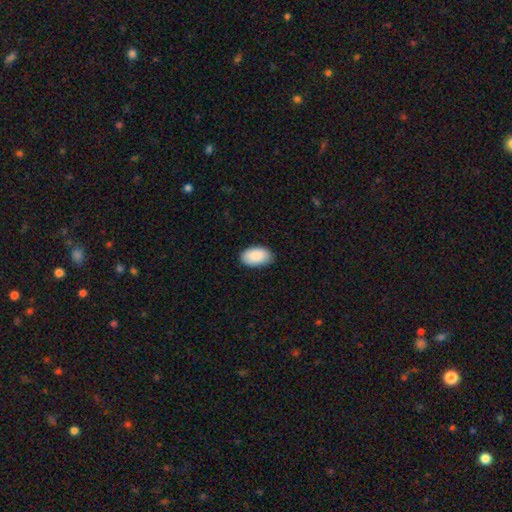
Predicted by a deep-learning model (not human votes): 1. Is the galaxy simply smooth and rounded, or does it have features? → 89% smooth, 6% star or artifact, 5% featured or disk.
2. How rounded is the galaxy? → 95% in between, 4% round, 1% cigar-shaped.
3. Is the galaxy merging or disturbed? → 84% none, 13% minor disturbance, 2% major disturbance, 1% merger.